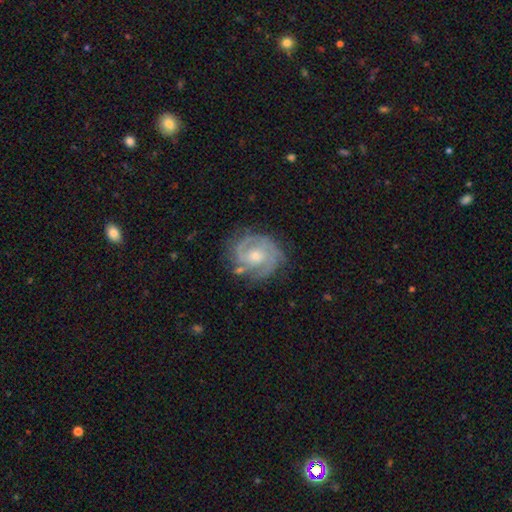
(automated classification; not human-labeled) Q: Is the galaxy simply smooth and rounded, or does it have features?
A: featured or disk — 87%.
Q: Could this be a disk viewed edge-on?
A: no — 98%.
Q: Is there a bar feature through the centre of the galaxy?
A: no — 64%.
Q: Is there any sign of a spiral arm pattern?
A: yes — 97%.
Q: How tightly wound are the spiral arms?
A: tight — 59%.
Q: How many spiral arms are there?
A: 2 — 44%.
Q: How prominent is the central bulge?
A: moderate — 55%.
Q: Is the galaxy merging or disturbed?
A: none — 73%.